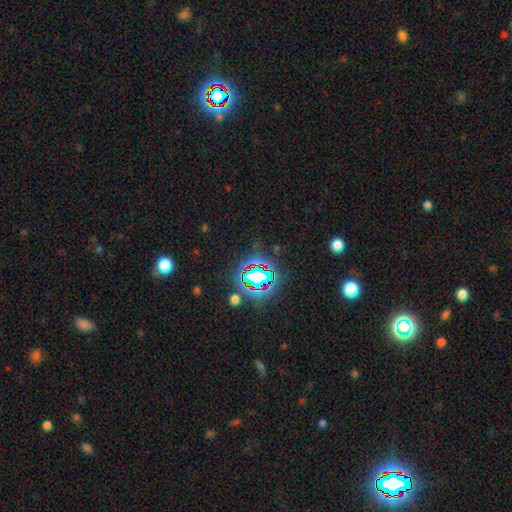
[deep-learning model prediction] Smooth or featured: star or artifact — 82% (smooth — 11%)